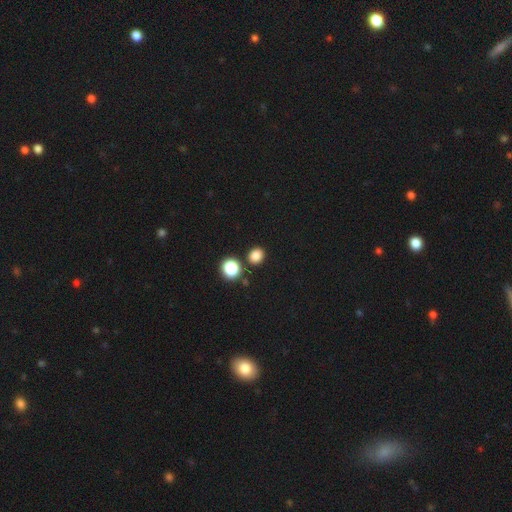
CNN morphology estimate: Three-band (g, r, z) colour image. It shows a smooth galaxy with no disk features (82%) that is round (73%). Merging: none (85%).